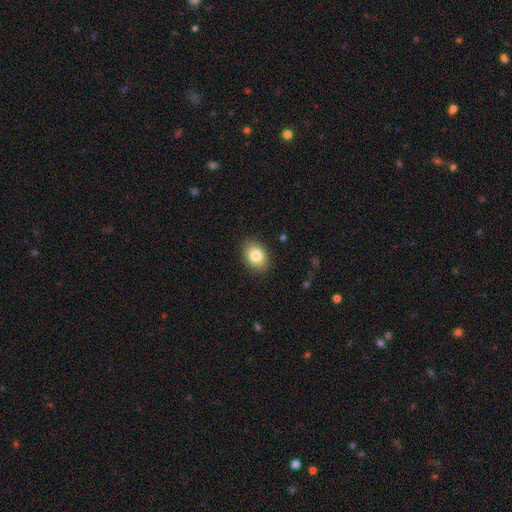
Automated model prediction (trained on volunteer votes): This is clearly a smooth galaxy (84%). How rounded: likely in between (77%). Merging: clearly none (88%).